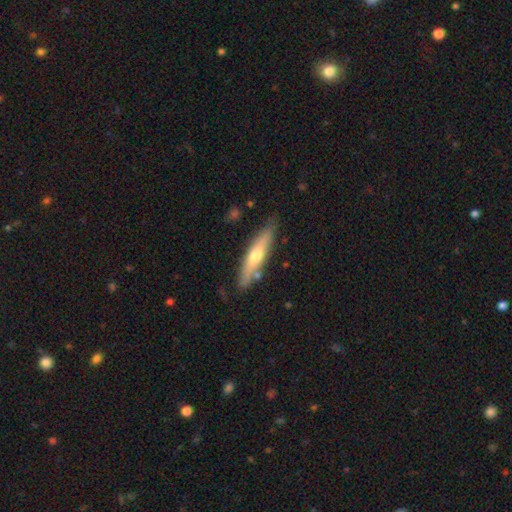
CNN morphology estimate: featured or disk 49%, smooth 45%, star or artifact 6%. Down the decision tree: merging — none (81%).